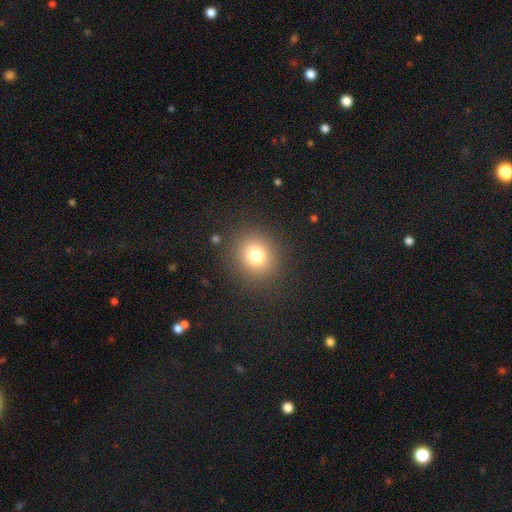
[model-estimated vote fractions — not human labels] This is likely a smooth galaxy (76%). How rounded: clearly round (84%). Merging: clearly none (88%).